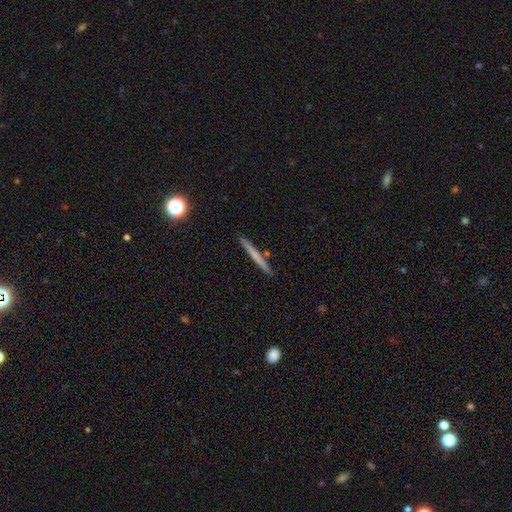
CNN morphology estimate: Smooth or featured? Predicted: smooth (p=0.57). How rounded? Predicted: cigar-shaped (p=0.96). Merging? Predicted: none (p=0.91).